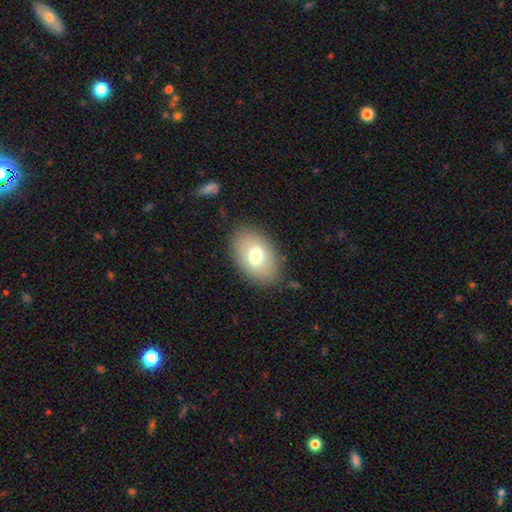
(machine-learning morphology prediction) This appears to be a smooth galaxy with no disk features (73%) that is in between round and cigar-shaped (88%). Merging: none (84%).